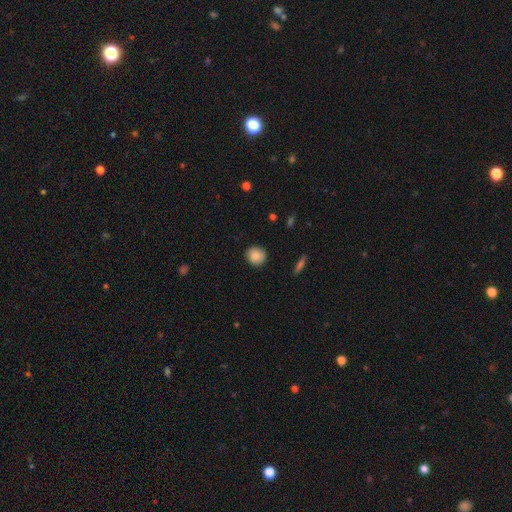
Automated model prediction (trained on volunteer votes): A smooth galaxy with no disk features (86%) that is round (90%). Merging: none (89%).